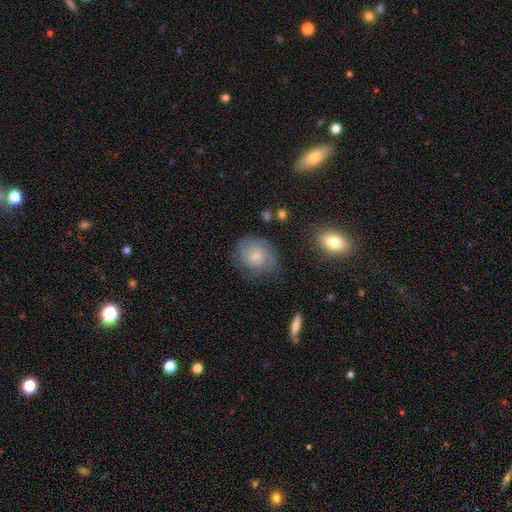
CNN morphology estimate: This is possibly a smooth galaxy (57%). How rounded: likely round (70%). Merging: likely none (63%).